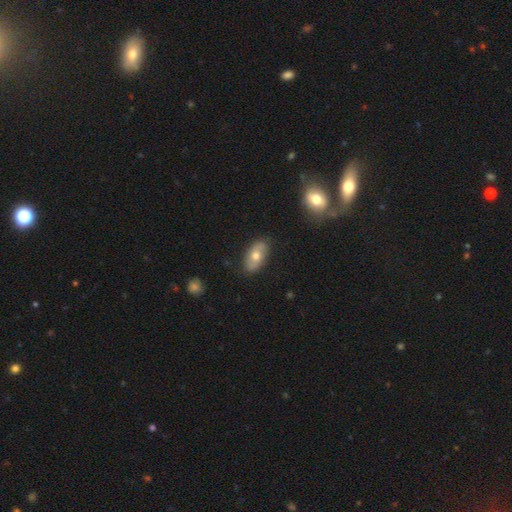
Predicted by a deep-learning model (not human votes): The model was most divided on "smooth or featured": smooth: 59%, featured or disk: 34%, star or artifact: 7%. More confident: how rounded — in between (90%); merging — none (83%).